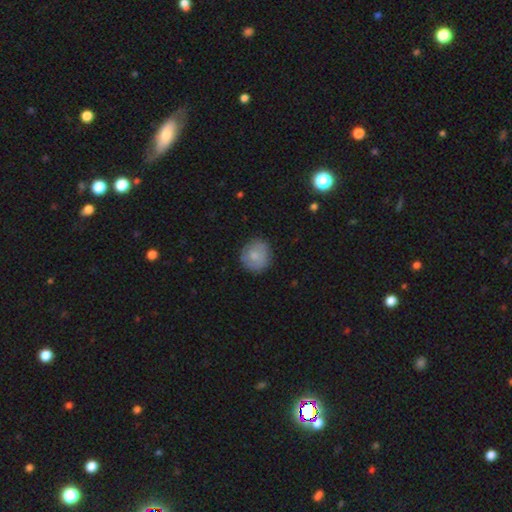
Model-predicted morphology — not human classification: Smooth or featured: smooth — 75% (featured or disk — 18%)
How rounded: round — 89% (in between — 10%)
Merging: none — 81% (minor disturbance — 14%)